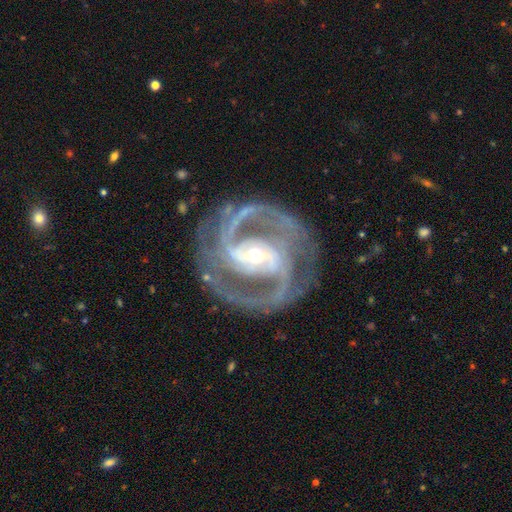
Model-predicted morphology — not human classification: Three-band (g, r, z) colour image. It shows a featured or disk galaxy (93%) with a strong bar (47%), 2 (77%) medium (53%) spiral arms (98%) and a moderate central bulge (48%). Merging: none (78%).